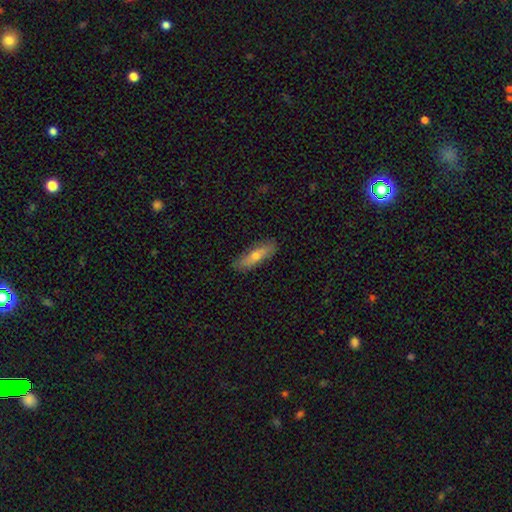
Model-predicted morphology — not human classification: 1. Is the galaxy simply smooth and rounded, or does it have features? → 64% smooth, 30% featured or disk, 6% star or artifact.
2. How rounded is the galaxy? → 60% cigar-shaped, 38% in between, 2% round.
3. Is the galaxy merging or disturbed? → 87% none, 10% minor disturbance, 2% major disturbance, 1% merger.